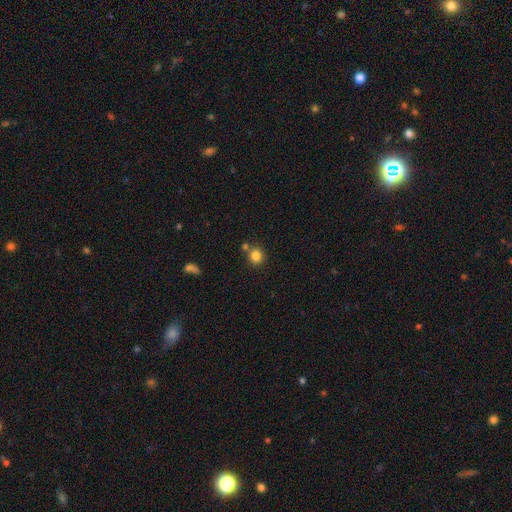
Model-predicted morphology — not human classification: A smooth galaxy with no disk features (84%) that is round (86%).

Vote fractions:
- Smooth or featured? smooth: 84% / star or artifact: 11% / featured or disk: 5%
- How rounded? round: 86% / in between: 13% / cigar-shaped: 1%
- Merging? none: 72% / merger: 16% / minor disturbance: 9% / major disturbance: 3%